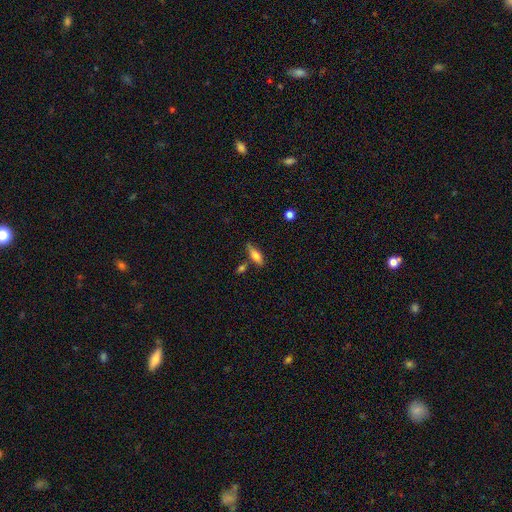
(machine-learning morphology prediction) type=smooth (68%); roundness=in between (57%); merging=none (65%).